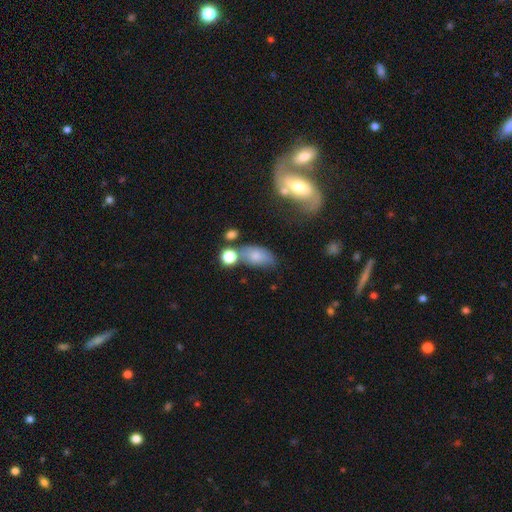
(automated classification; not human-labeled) Smooth or featured? Predicted: smooth (p=0.73). How rounded? Predicted: in between (p=0.87). Merging? Predicted: none (p=0.50).